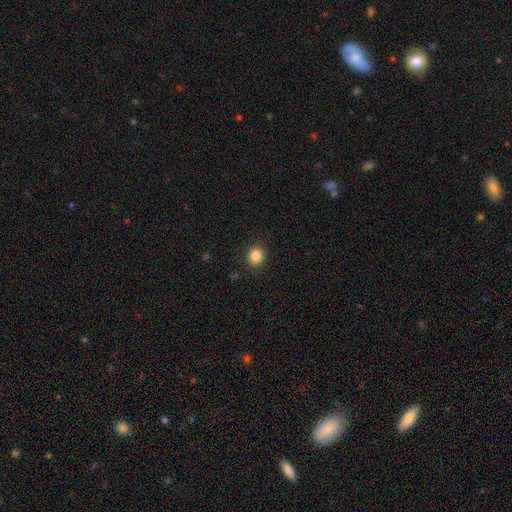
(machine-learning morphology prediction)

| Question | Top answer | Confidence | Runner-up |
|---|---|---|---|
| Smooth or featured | smooth | 86% | star or artifact (10%) |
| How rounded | round | 85% | in between (15%) |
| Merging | none | 90% | minor disturbance (7%) |